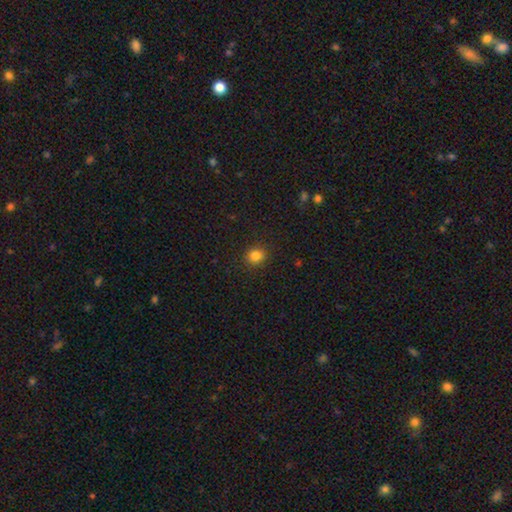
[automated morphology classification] A smooth galaxy with no disk features (83%) that is round (82%).

Vote fractions:
- Smooth or featured? smooth: 83% / star or artifact: 13% / featured or disk: 4%
- How rounded? round: 82% / in between: 17% / cigar-shaped: 1%
- Merging? none: 89% / minor disturbance: 7% / major disturbance: 2% / merger: 1%